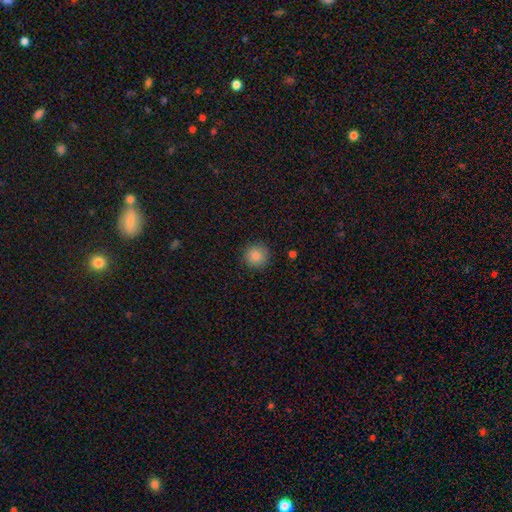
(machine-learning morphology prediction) smooth-or-featured: smooth: 84% | star or artifact: 10% | featured or disk: 6%
  how-rounded: round: 94% | in between: 5% | cigar-shaped: 1%
  merging: none: 90% | minor disturbance: 7% | major disturbance: 2% | merger: 1%